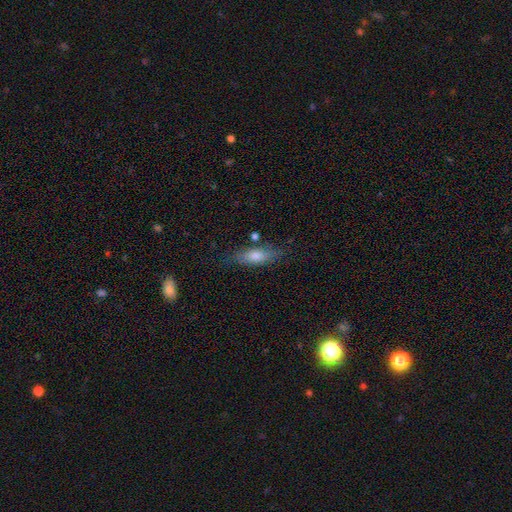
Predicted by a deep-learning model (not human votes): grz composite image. It shows a smooth galaxy with no disk features (63%) that is cigar-shaped (51%). Merging: none (75%).